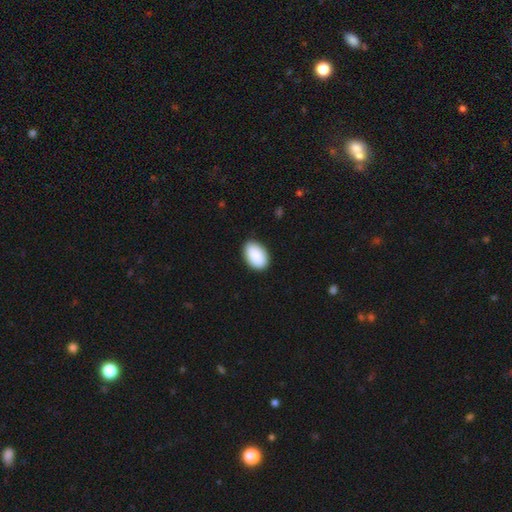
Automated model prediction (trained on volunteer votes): The model was most divided on "merging": none: 88%, minor disturbance: 10%, major disturbance: 2%, merger: 1%. More confident: how rounded — in between (93%); smooth or featured — smooth (91%).